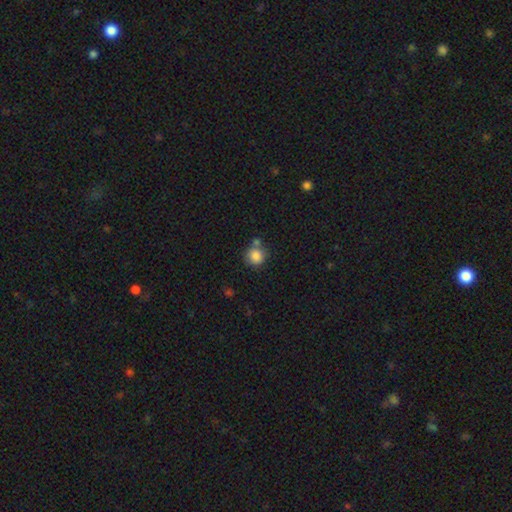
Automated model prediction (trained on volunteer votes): A smooth galaxy with no disk features (86%) that is round (88%).

Vote fractions:
- Smooth or featured? smooth: 86% / star or artifact: 9% / featured or disk: 6%
- How rounded? round: 88% / in between: 11% / cigar-shaped: 1%
- Merging? none: 61% / merger: 20% / minor disturbance: 14% / major disturbance: 4%